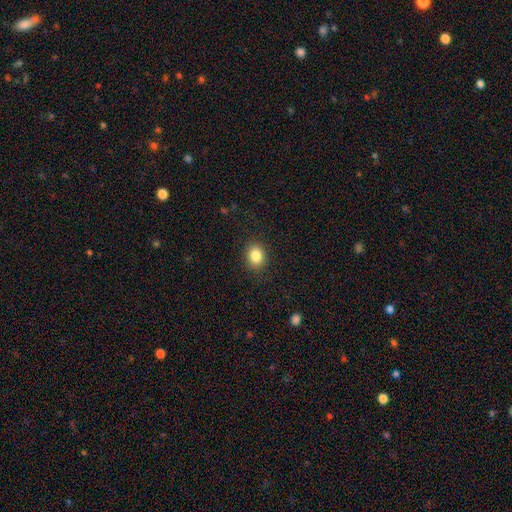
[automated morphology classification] smooth 85%, star or artifact 10%, featured or disk 5%. Down the decision tree: how rounded — round (57%); merging — none (89%).